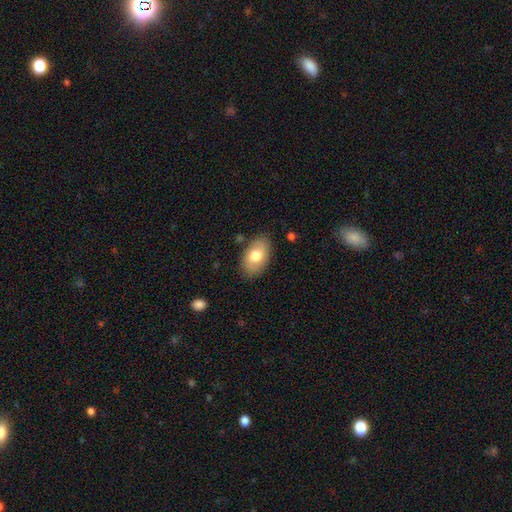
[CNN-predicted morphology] Overall: smooth (75%). How rounded: in between (92%). Merging: none (83%).